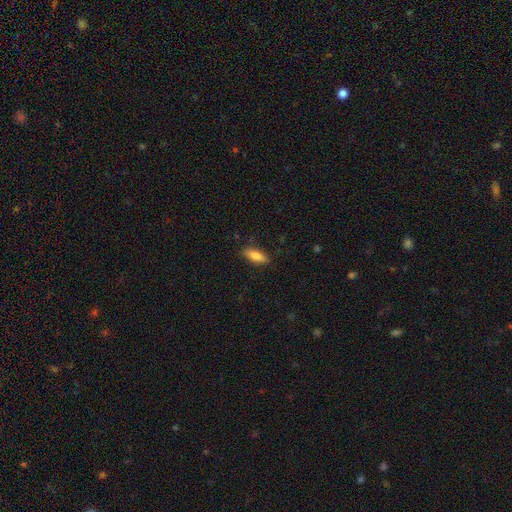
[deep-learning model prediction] smooth 82%, featured or disk 11%, star or artifact 7%. Down the decision tree: how rounded — in between (61%); merging — none (86%).